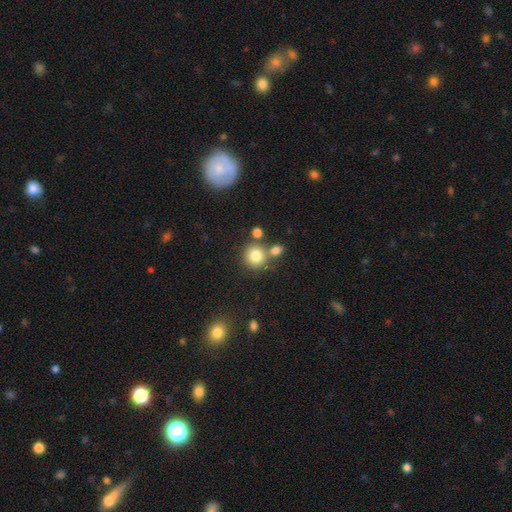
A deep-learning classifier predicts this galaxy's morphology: A smooth galaxy with no disk features (81%) that is round (89%). Merging: none (64%).